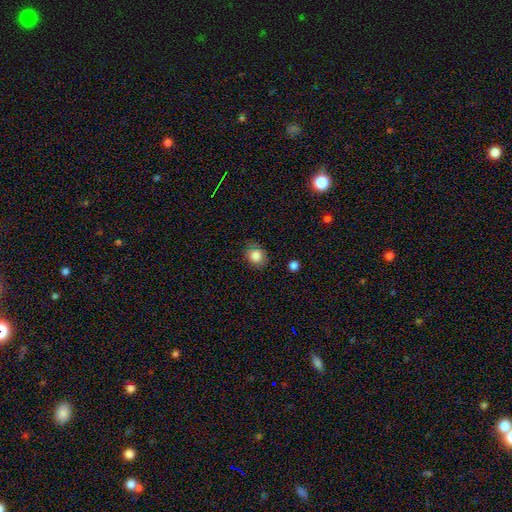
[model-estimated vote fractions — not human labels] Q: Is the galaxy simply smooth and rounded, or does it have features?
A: smooth — 83%.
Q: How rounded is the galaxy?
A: round — 68%.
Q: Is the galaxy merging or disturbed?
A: none — 80%.